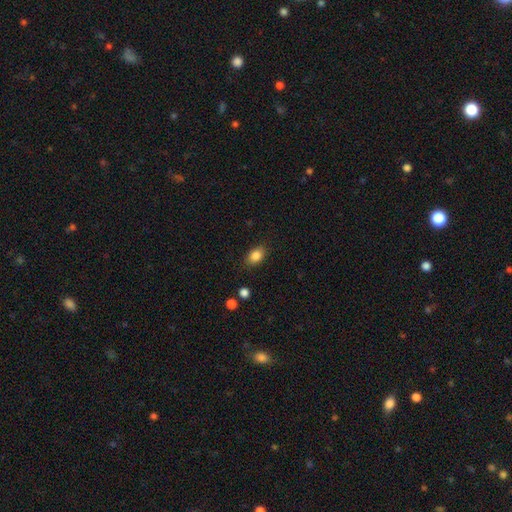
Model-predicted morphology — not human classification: The model was most divided on "how rounded": in between: 80%, round: 18%, cigar-shaped: 2%. More confident: smooth or featured — smooth (86%); merging — none (84%).